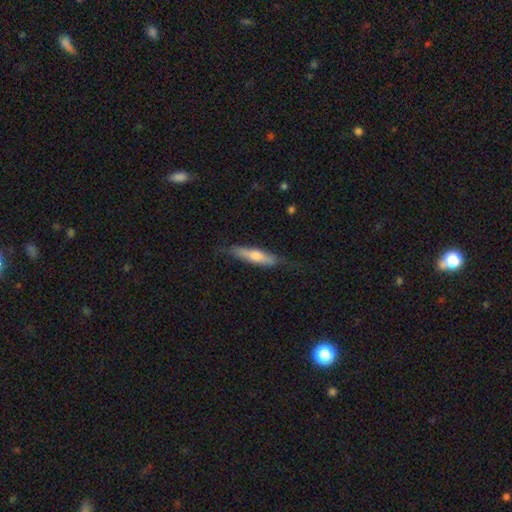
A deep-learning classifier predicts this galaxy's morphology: Q: Smooth or featured?
A: smooth (55%); runner-up: featured or disk (39%)
Q: How rounded?
A: cigar-shaped (82%); runner-up: in between (17%)
Q: Merging?
A: none (73%); runner-up: minor disturbance (20%)